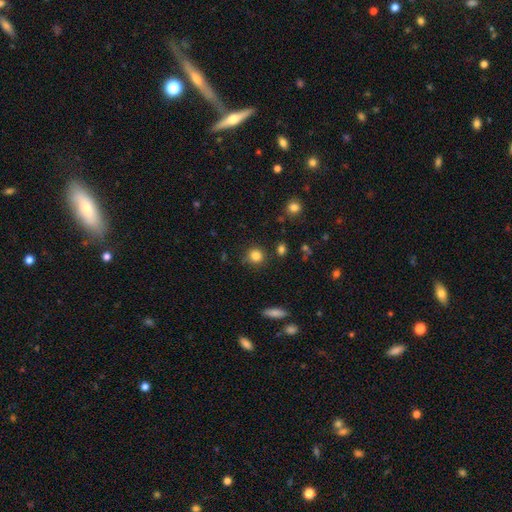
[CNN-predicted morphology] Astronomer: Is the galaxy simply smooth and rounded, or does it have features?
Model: smooth — 84%.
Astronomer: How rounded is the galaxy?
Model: round — 89%.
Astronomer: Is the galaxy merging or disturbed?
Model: none — 83%.